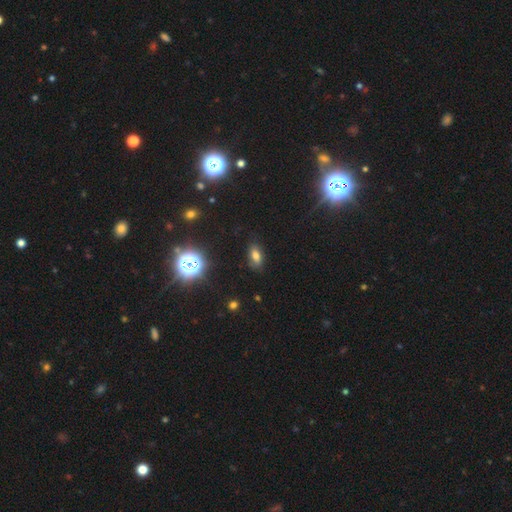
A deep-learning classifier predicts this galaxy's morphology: Smooth or featured? smooth (66%)
How rounded? in between (86%)
Merging? none (80%)